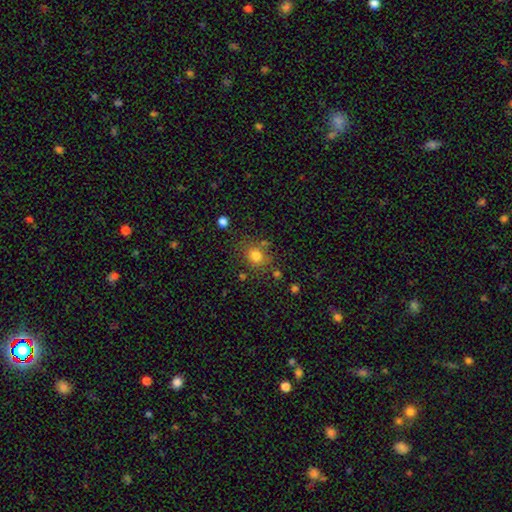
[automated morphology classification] Smooth or featured? Predicted: smooth (p=0.78). How rounded? Predicted: round (p=0.72). Merging? Predicted: none (p=0.72).